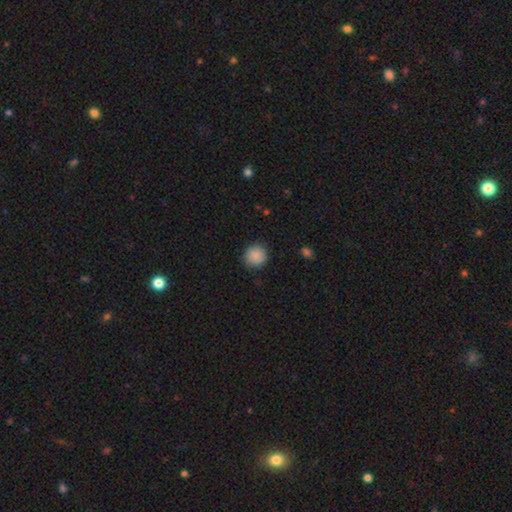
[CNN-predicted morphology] This is clearly a smooth galaxy (88%). How rounded: clearly round (93%). Merging: clearly none (88%).